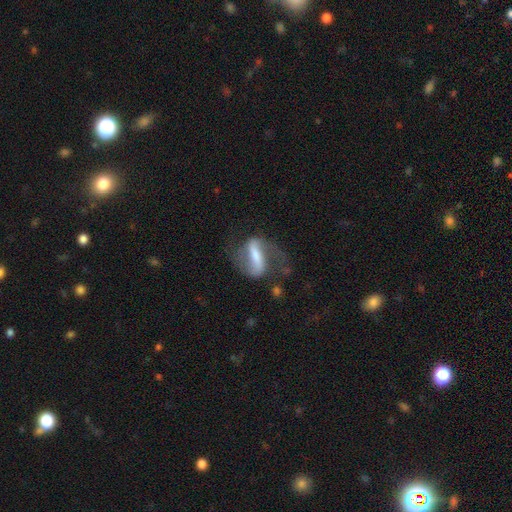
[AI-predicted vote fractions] A featured or disk galaxy (76%) with a strong bar (69%), 2 (88%) loose (57%) spiral arms (89%) and a moderate central bulge (31%).

Vote fractions:
- Smooth or featured? featured or disk: 76% / smooth: 18% / star or artifact: 6%
- Edge-on disk? no: 90% / yes: 10%
- Bar? strong: 69% / weak: 22% / no: 9%
- Spiral arms? yes: 89% / no: 11%
- Spiral winding? loose: 57% / medium: 34% / tight: 9%
- Spiral arm count? 2: 88% / 1: 5% / can't tell: 4% / 3: 1% / 4: 1% / more than 4: 1%
- Bulge size? moderate: 31% / small: 29% / none: 21% / large: 15% / dominant: 4%
- Merging? none: 51% / major disturbance: 26% / minor disturbance: 19% / merger: 3%